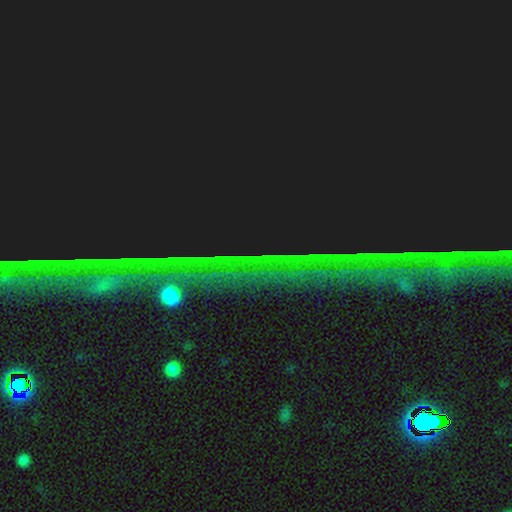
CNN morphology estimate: The model was most divided on "smooth or featured": star or artifact: 83%, featured or disk: 8%, smooth: 8%.